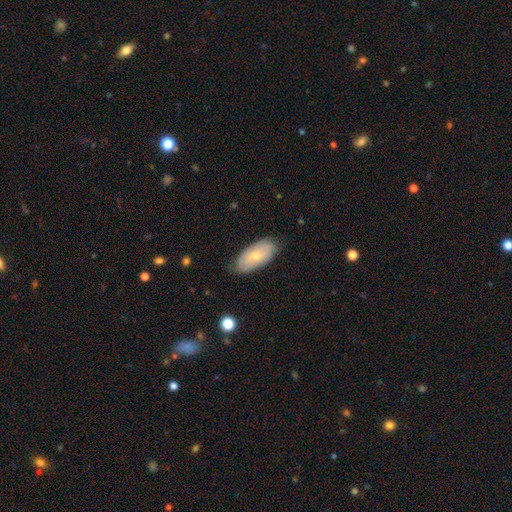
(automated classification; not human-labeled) smooth-or-featured: smooth: 62% | featured or disk: 31% | star or artifact: 6%
  how-rounded: in between: 93% | cigar-shaped: 5% | round: 3%
  merging: none: 76% | minor disturbance: 20% | major disturbance: 3% | merger: 1%